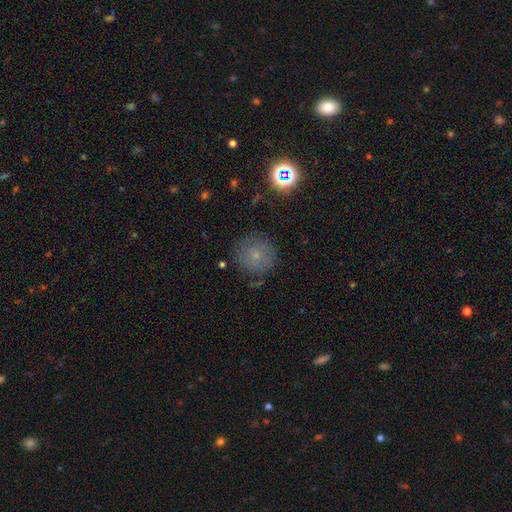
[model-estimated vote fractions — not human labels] Smooth or featured? Predicted: smooth (p=0.65). How rounded? Predicted: round (p=0.94). Merging? Predicted: none (p=0.81).